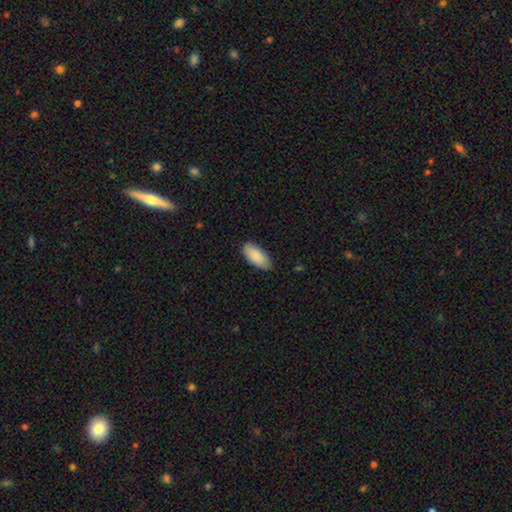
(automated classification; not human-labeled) A smooth galaxy with no disk features (88%) that is in between round and cigar-shaped (91%). Merging: none (82%).